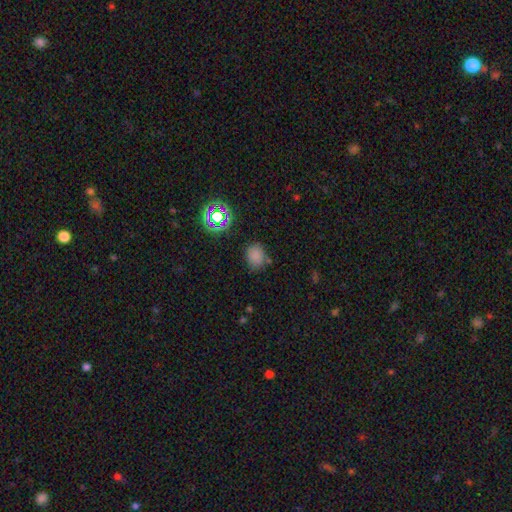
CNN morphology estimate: A smooth galaxy with no disk features (75%) that is round (60%).

Vote fractions:
- Smooth or featured? smooth: 75% / star or artifact: 19% / featured or disk: 6%
- How rounded? round: 60% / in between: 39% / cigar-shaped: 1%
- Merging? none: 73% / minor disturbance: 17% / merger: 6% / major disturbance: 5%